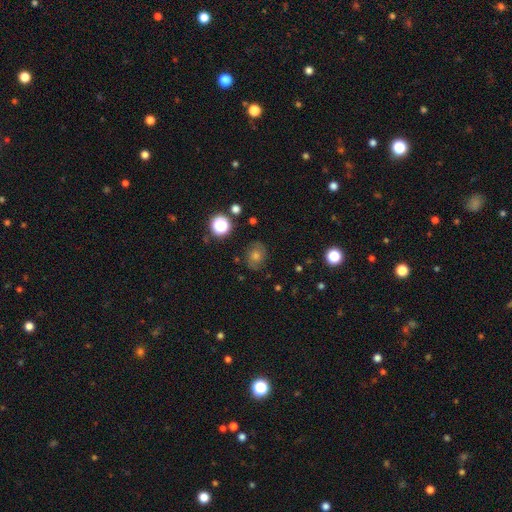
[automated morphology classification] The model was most divided on "smooth or featured": smooth: 44%, featured or disk: 30%, star or artifact: 27%. More confident: merging — none (81%).